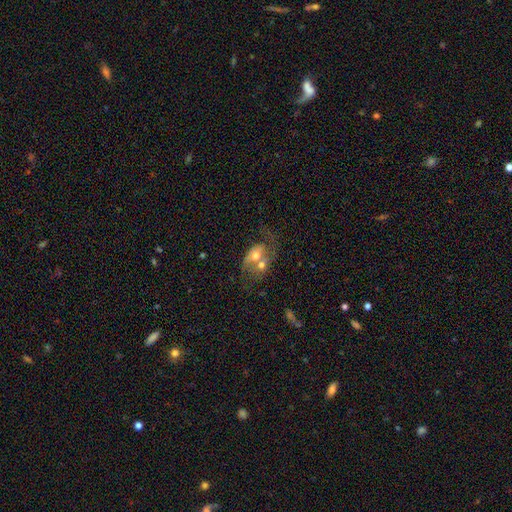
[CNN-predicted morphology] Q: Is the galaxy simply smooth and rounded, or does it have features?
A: featured or disk — 54%.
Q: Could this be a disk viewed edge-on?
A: no — 96%.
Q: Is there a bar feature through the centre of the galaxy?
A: no — 73%.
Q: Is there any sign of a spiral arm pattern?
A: yes — 60%.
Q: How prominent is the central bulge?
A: moderate — 65%.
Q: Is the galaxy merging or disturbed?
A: merger — 54%.